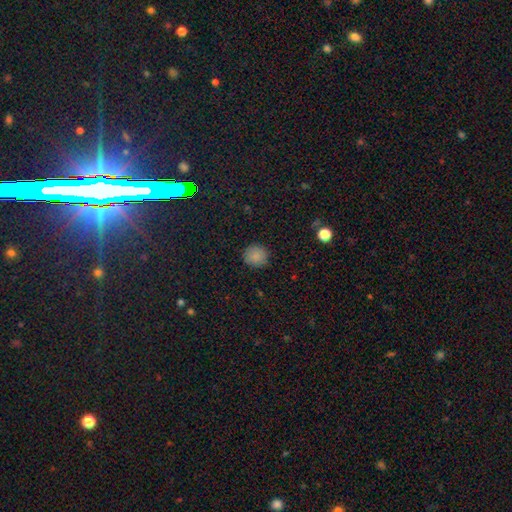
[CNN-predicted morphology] This is clearly a smooth galaxy (85%). How rounded: clearly round (91%). Merging: clearly none (89%).